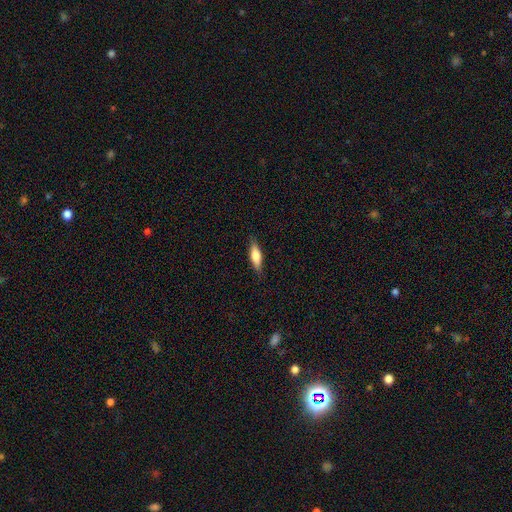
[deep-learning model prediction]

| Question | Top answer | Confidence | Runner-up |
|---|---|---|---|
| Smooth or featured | smooth | 68% | featured or disk (26%) |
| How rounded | cigar-shaped | 56% | in between (42%) |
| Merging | none | 86% | minor disturbance (11%) |